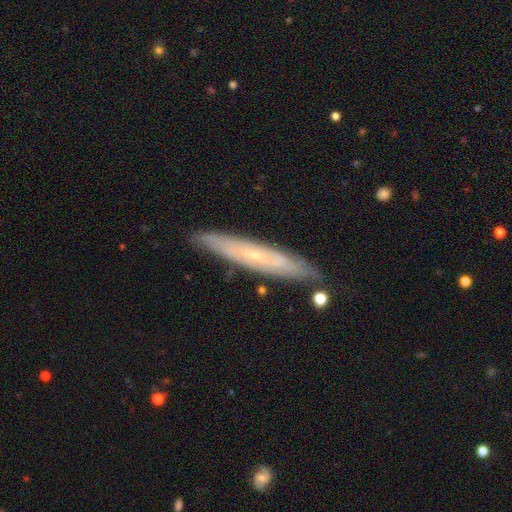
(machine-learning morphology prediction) The model was most divided on "edge-on disk": yes: 64%, no: 36%. More confident: merging — none (85%); smooth or featured — featured or disk (66%).